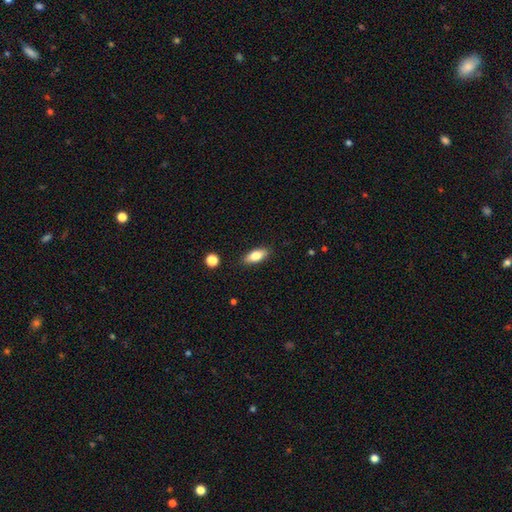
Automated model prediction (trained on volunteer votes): A smooth galaxy with no disk features (78%) that is in between round and cigar-shaped (80%). Merging: none (87%).